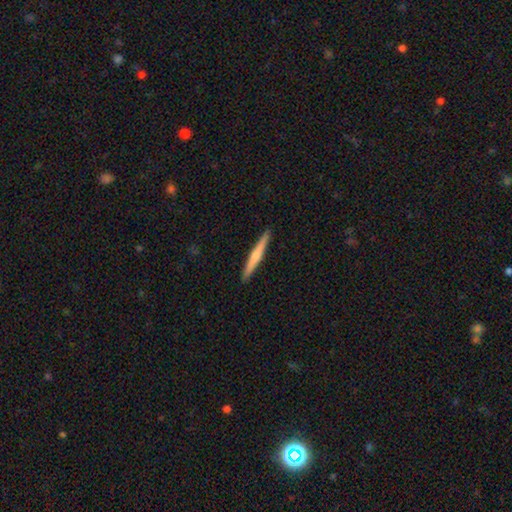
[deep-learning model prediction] Morphology: type=smooth (51%); roundness=cigar-shaped (96%); merging=none (92%).